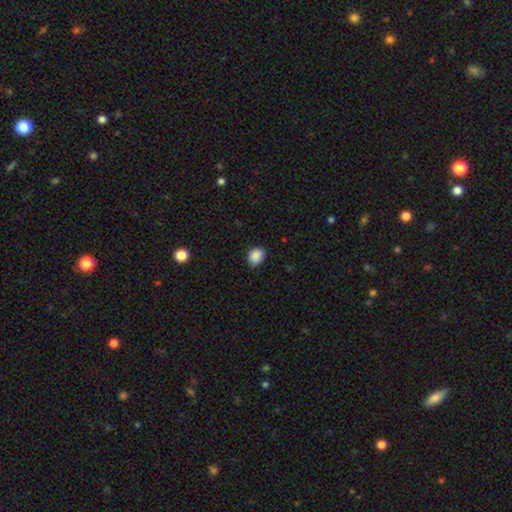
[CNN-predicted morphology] A smooth galaxy with no disk features (88%) that is in between round and cigar-shaped (61%).

Vote fractions:
- Smooth or featured? smooth: 88% / star or artifact: 9% / featured or disk: 3%
- How rounded? in between: 61% / round: 38% / cigar-shaped: 1%
- Merging? none: 78% / minor disturbance: 19% / major disturbance: 3% / merger: 1%